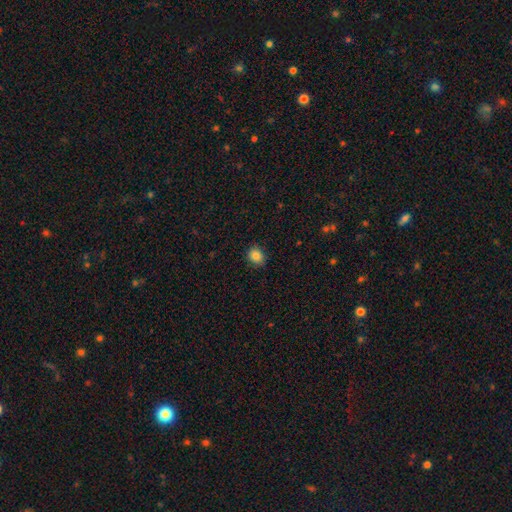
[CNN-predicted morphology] Smooth or featured? smooth (84%)
How rounded? round (65%)
Merging? none (87%)